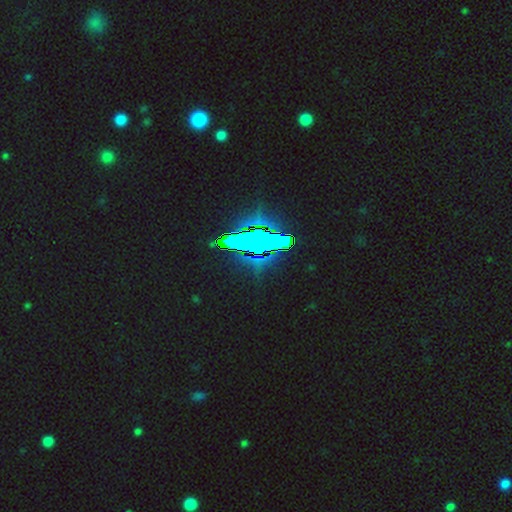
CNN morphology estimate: Smooth or featured?
  - star or artifact: 82% *
  - smooth: 10%
  - featured or disk: 8%